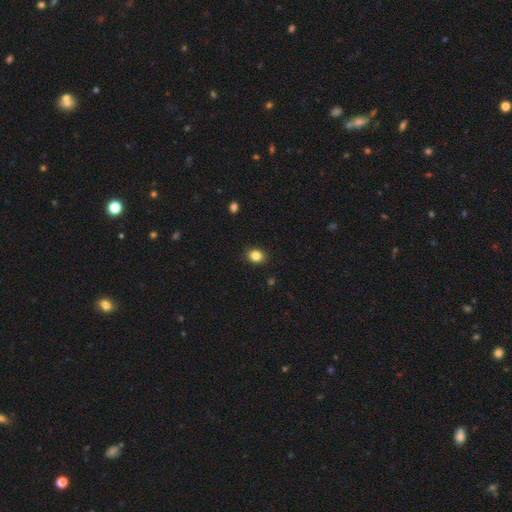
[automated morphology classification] Smooth or featured? Predicted: smooth (p=0.84). How rounded? Predicted: round (p=0.55). Merging? Predicted: none (p=0.90).